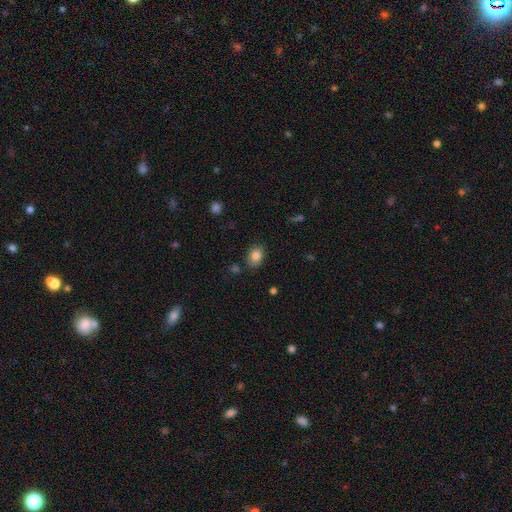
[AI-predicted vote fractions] Smooth or featured? Predicted: smooth (p=0.85). How rounded? Predicted: in between (p=0.69). Merging? Predicted: none (p=0.80).